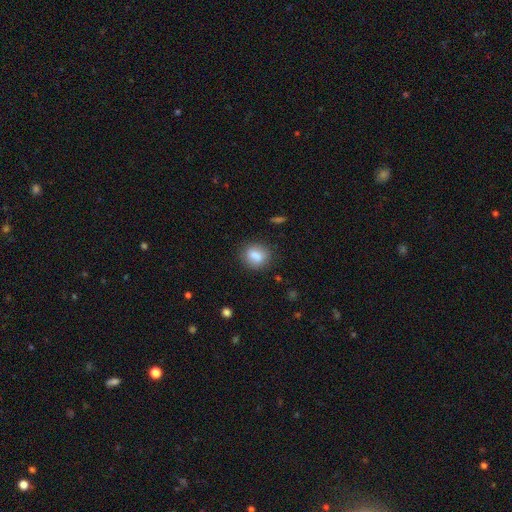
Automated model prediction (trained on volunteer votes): smooth-or-featured: smooth: 82% | featured or disk: 9% | star or artifact: 9%
  how-rounded: round: 53% | in between: 44% | cigar-shaped: 2%
  merging: none: 79% | minor disturbance: 13% | major disturbance: 4% | merger: 4%